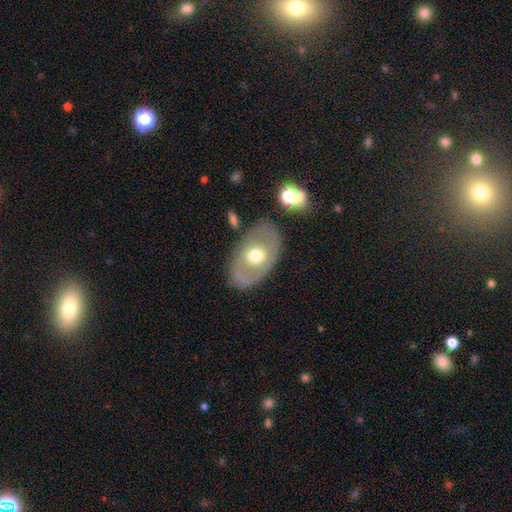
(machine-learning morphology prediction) Q: Smooth or featured?
A: featured or disk (53%); runner-up: smooth (41%)
Q: Edge-on disk?
A: no (89%); runner-up: yes (11%)
Q: Merging?
A: none (79%); runner-up: minor disturbance (13%)